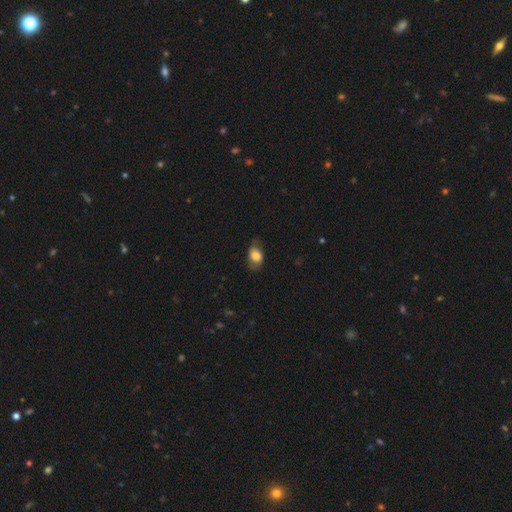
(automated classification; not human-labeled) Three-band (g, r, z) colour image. It shows a smooth galaxy with no disk features (76%) that is in between round and cigar-shaped (80%). Merging: none (65%).